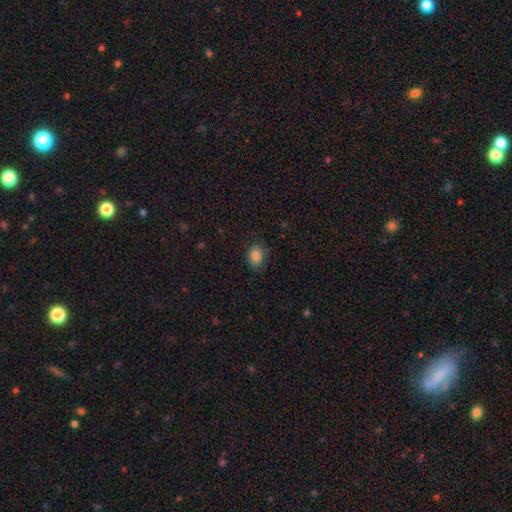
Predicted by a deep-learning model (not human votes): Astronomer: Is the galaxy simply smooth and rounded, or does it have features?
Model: smooth — 84%.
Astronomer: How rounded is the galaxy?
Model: in between — 64%.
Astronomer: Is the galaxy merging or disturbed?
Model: none — 75%.